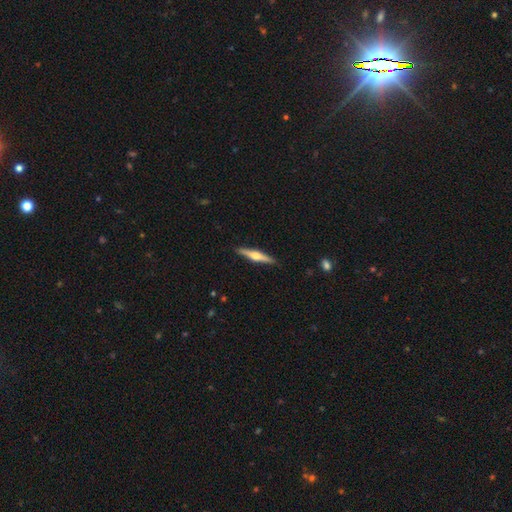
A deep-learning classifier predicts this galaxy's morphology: This is likely a featured or disk galaxy (67%). It is clearly viewed edge-on (98%). Edge-on bulge: clearly rounded (93%). Merging: clearly none (90%).